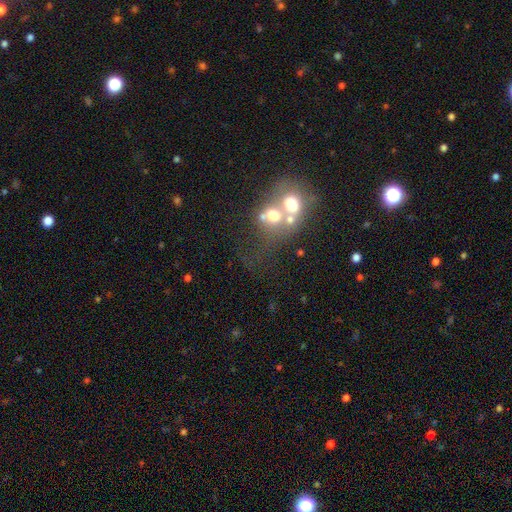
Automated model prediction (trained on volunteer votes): Smooth or featured?
  - smooth: 46% *
  - featured or disk: 29%
  - star or artifact: 25%
Merging?
  - merger: 64% *
  - none: 22%
  - major disturbance: 7%
  - minor disturbance: 7%